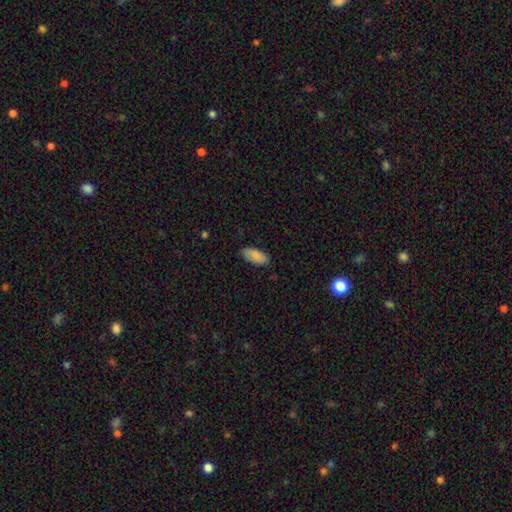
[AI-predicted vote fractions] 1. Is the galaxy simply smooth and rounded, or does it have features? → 88% smooth, 6% featured or disk, 6% star or artifact.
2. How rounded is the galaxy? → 88% in between, 11% cigar-shaped, 2% round.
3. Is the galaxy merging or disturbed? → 82% none, 14% minor disturbance, 3% major disturbance, 1% merger.